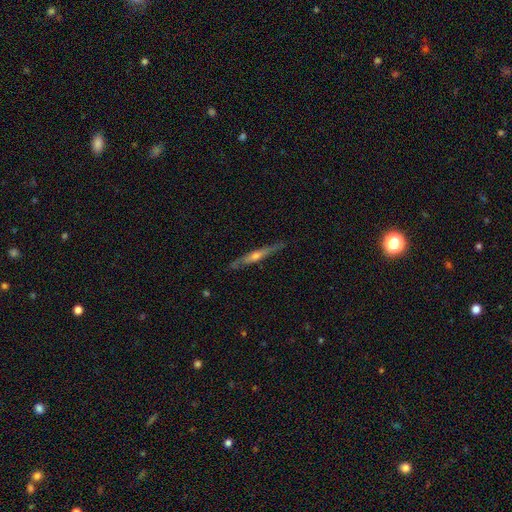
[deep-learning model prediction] Smooth or featured? featured or disk (72%)
Edge-on disk? yes (96%)
Edge-on bulge? rounded (80%)
Merging? none (86%)